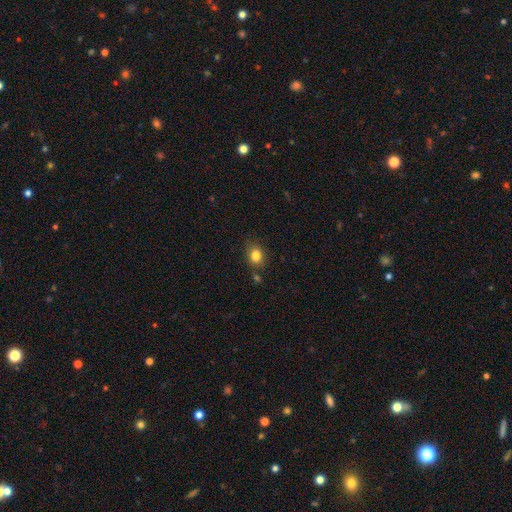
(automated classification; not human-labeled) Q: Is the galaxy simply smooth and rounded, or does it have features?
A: smooth — 83%.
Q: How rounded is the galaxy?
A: round — 57%.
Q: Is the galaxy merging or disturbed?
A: none — 79%.